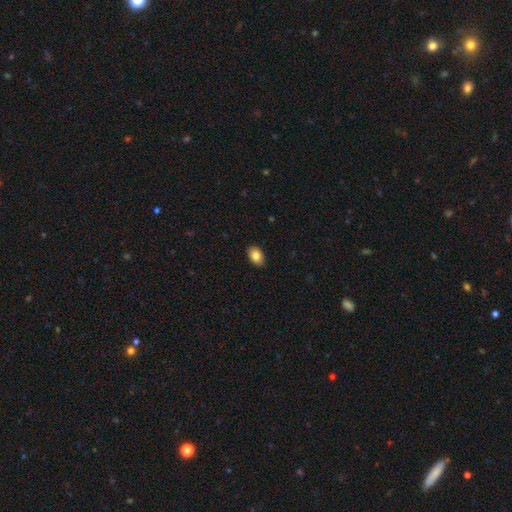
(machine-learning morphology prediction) Smooth or featured?
  - smooth: 86% *
  - star or artifact: 8%
  - featured or disk: 6%
How rounded?
  - in between: 87% *
  - round: 12%
  - cigar-shaped: 1%
Merging?
  - none: 88% *
  - minor disturbance: 9%
  - major disturbance: 2%
  - merger: 1%